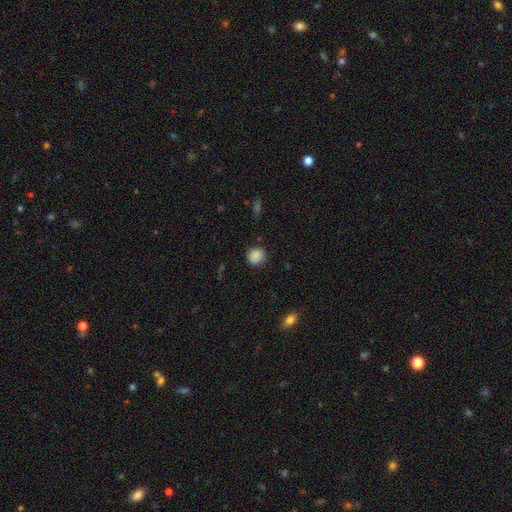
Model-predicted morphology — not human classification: This appears to be a smooth galaxy with no disk features (86%) that is round (86%). Merging: none (84%).